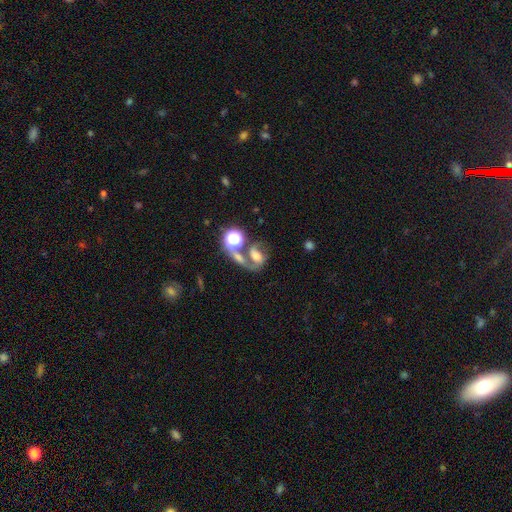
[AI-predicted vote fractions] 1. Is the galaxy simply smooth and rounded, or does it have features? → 56% featured or disk, 26% smooth, 18% star or artifact.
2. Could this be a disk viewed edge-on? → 96% no, 4% yes.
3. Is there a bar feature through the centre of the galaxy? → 37% no, 35% weak, 28% strong.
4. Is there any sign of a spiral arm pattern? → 83% yes, 17% no.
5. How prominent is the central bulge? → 42% moderate, 27% large, 16% small, 8% none, 6% dominant.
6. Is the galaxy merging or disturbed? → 41% merger, 32% none, 15% major disturbance, 12% minor disturbance.